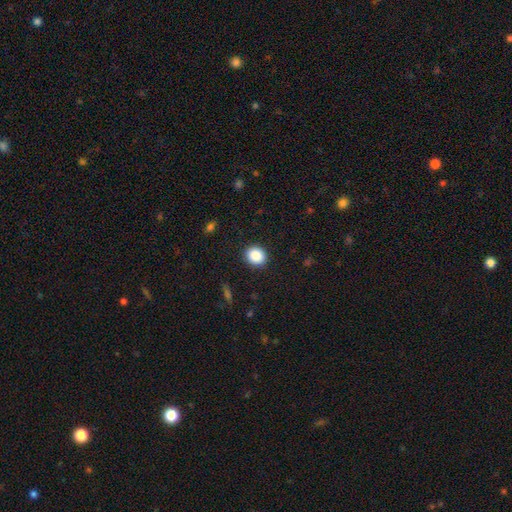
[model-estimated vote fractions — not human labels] A smooth galaxy with no disk features (89%) that is round (71%). Merging: none (90%).